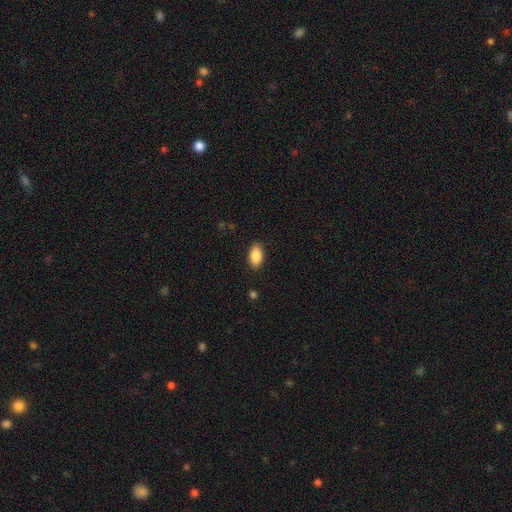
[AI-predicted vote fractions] A smooth galaxy with no disk features (86%) that is in between round and cigar-shaped (92%).

Vote fractions:
- Smooth or featured? smooth: 86% / featured or disk: 8% / star or artifact: 7%
- How rounded? in between: 92% / cigar-shaped: 5% / round: 4%
- Merging? none: 87% / minor disturbance: 9% / major disturbance: 2% / merger: 1%